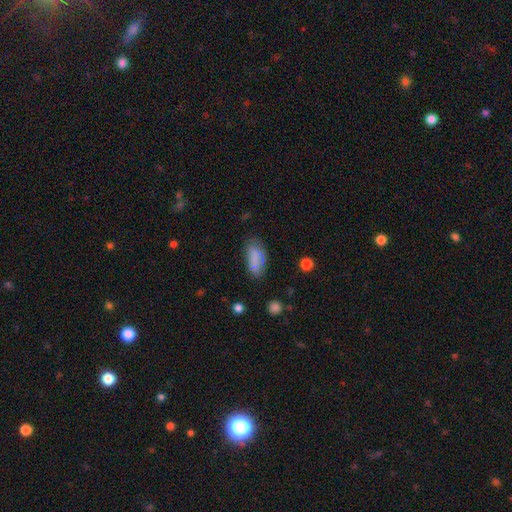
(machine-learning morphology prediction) smooth 71%, featured or disk 18%, star or artifact 10%. Down the decision tree: how rounded — in between (90%); merging — none (52%).